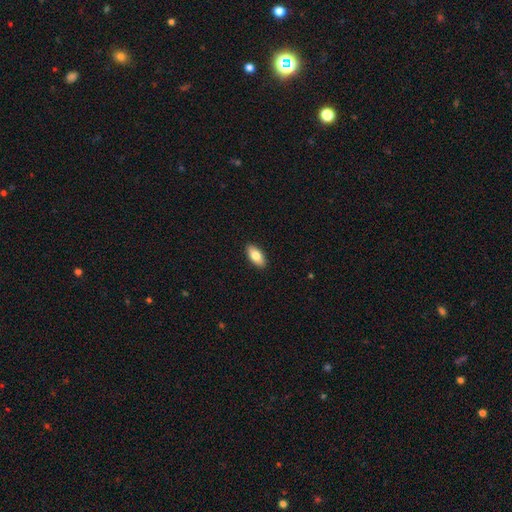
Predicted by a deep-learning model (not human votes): smooth-or-featured: smooth: 81% | featured or disk: 13% | star or artifact: 6%
  how-rounded: in between: 89% | cigar-shaped: 9% | round: 3%
  merging: none: 91% | minor disturbance: 7% | major disturbance: 2% | merger: 1%